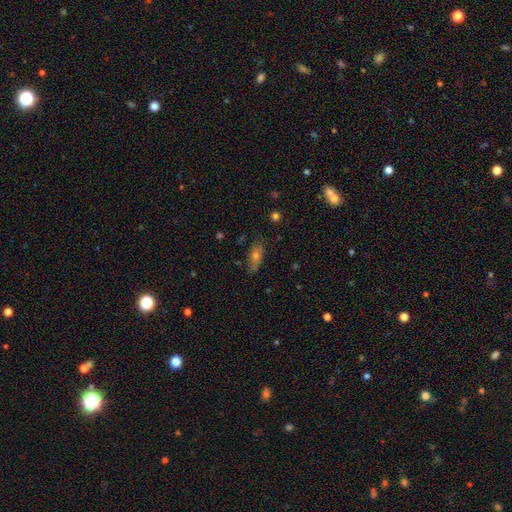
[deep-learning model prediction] smooth_or_featured: smooth (p=0.49) [alt: featured or disk p=0.32]
merging: none (p=0.78) [alt: minor disturbance p=0.16]